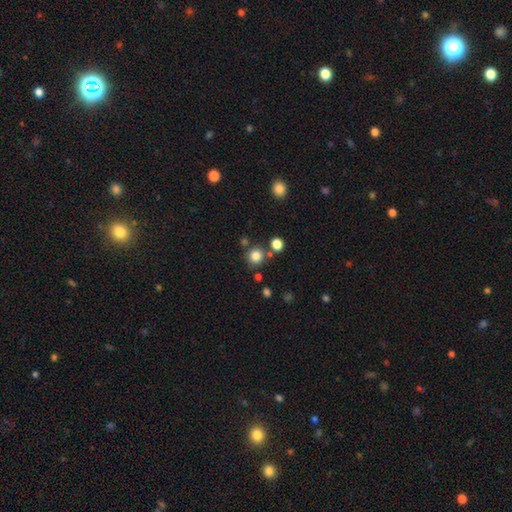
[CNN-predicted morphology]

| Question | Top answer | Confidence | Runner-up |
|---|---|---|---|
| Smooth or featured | smooth | 82% | star or artifact (13%) |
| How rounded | round | 92% | in between (7%) |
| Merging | none | 78% | merger (11%) |